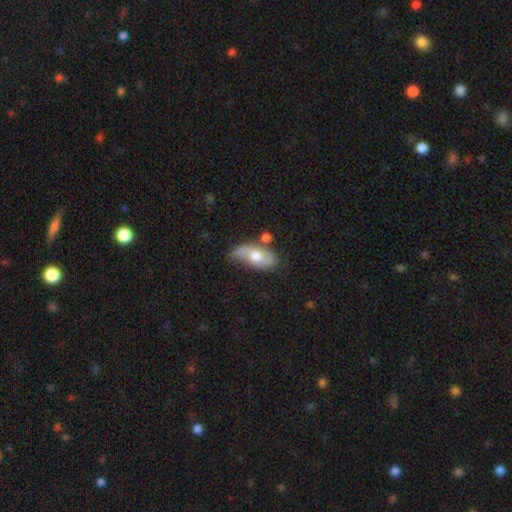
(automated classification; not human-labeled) smooth 54%, featured or disk 39%, star or artifact 7%. Down the decision tree: how rounded — in between (88%); merging — none (52%).